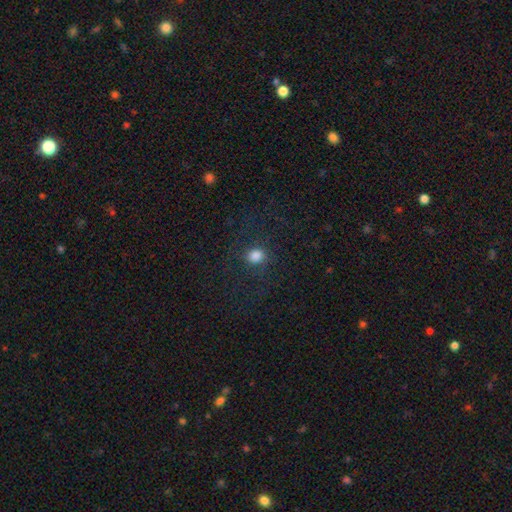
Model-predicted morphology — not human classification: A smooth galaxy with no disk features (77%) that is round (75%). Merging: none (79%).